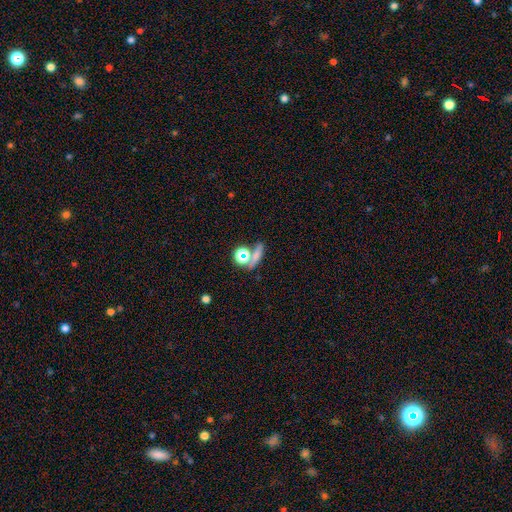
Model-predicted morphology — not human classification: Smooth or featured?
  - smooth: 54% *
  - star or artifact: 31%
  - featured or disk: 15%
How rounded?
  - round: 38% *
  - cigar-shaped: 33%
  - in between: 30%
Merging?
  - none: 61% *
  - merger: 21%
  - minor disturbance: 11%
  - major disturbance: 7%